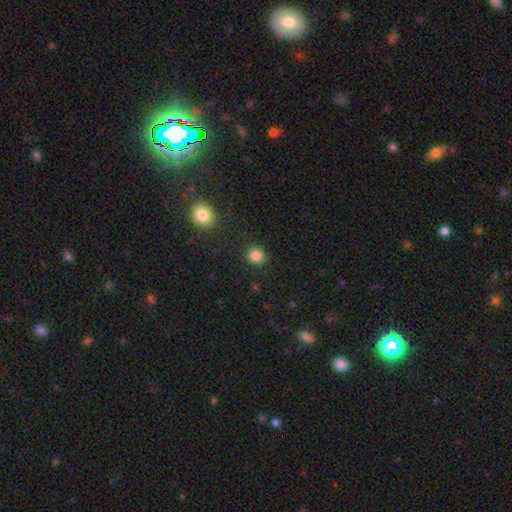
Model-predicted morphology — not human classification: A smooth galaxy with no disk features (85%) that is round (85%). Merging: none (89%).